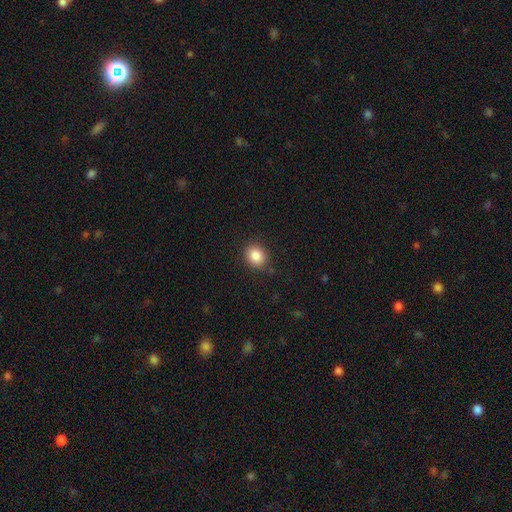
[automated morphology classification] A smooth galaxy with no disk features (86%) that is round (69%). Merging: none (87%).